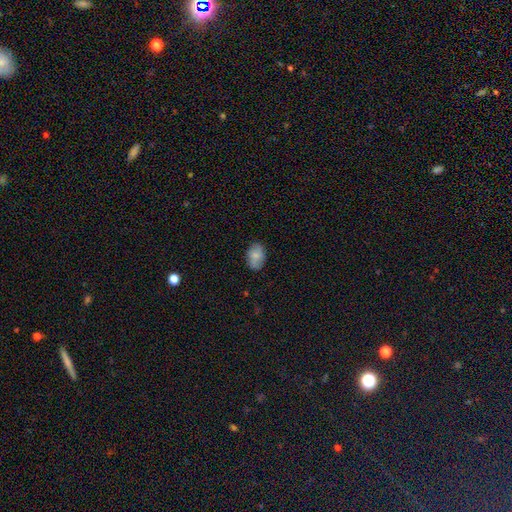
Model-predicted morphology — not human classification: Smooth or featured? Predicted: smooth (p=0.78). How rounded? Predicted: in between (p=0.87). Merging? Predicted: none (p=0.82).